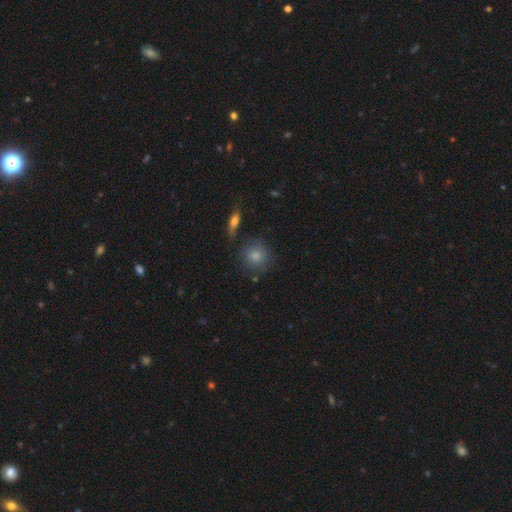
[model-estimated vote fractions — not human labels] Overall: smooth (82%). How rounded: round (88%). Merging: none (79%).